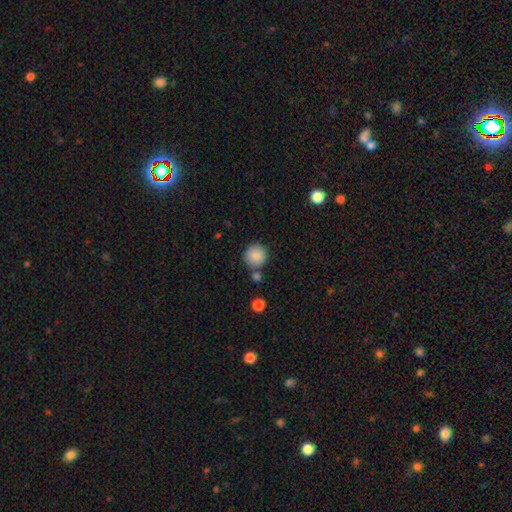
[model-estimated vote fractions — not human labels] A smooth galaxy with no disk features (87%) that is round (94%). Merging: none (76%).